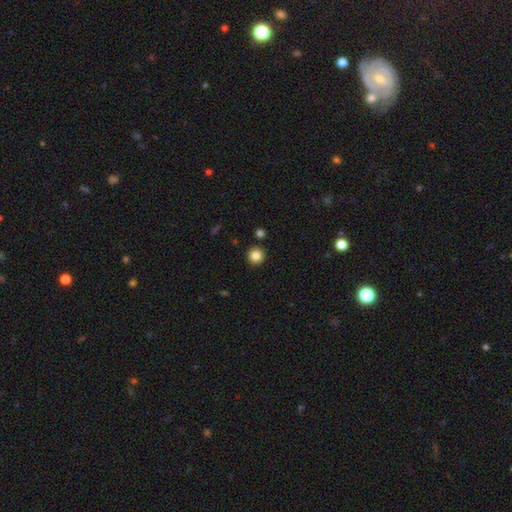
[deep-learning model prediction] Smooth or featured? smooth (84%)
How rounded? round (95%)
Merging? none (91%)